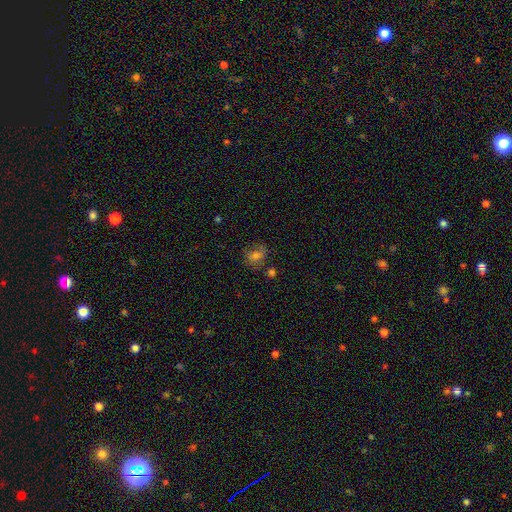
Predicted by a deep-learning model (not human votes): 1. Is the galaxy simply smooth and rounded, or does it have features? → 63% smooth, 19% featured or disk, 18% star or artifact.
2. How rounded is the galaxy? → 56% round, 43% in between, 1% cigar-shaped.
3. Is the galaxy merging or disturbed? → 58% none, 23% minor disturbance, 12% major disturbance, 7% merger.